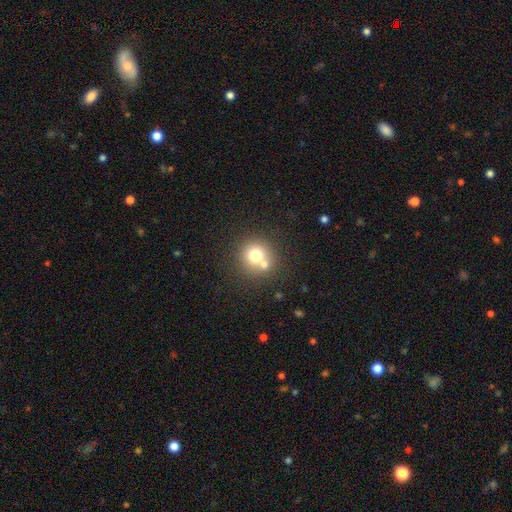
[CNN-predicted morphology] A smooth galaxy with no disk features (71%) that is round (90%). Merging: none (55%).